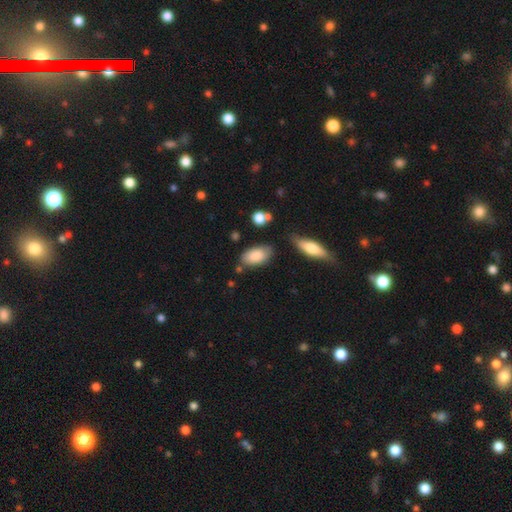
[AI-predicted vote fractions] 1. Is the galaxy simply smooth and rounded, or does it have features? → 84% smooth, 9% featured or disk, 7% star or artifact.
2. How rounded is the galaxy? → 93% in between, 4% cigar-shaped, 4% round.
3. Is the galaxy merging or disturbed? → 71% none, 18% minor disturbance, 6% merger, 4% major disturbance.